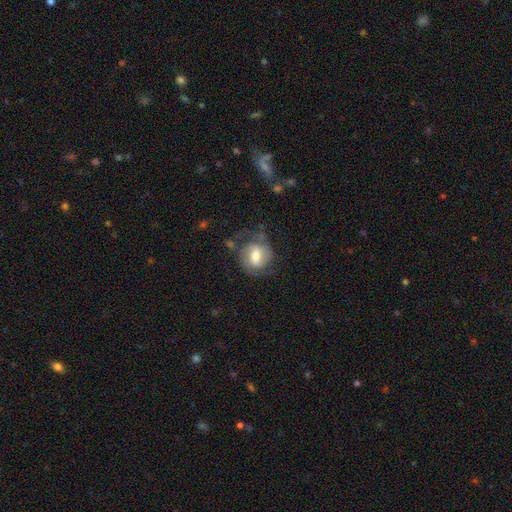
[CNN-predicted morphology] type=featured or disk (61%); edge-on=no (97%); bar=weak (49%); spiral arms=yes (84%); bulge=moderate (58%); merging=none (57%).